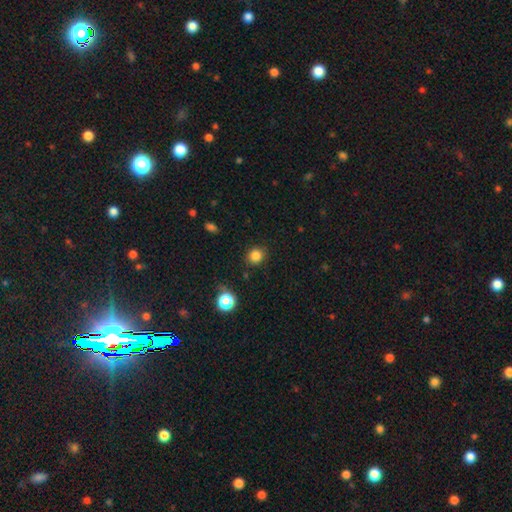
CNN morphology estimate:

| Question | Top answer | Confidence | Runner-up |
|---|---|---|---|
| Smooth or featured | smooth | 83% | star or artifact (13%) |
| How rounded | round | 79% | in between (20%) |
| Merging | none | 86% | minor disturbance (9%) |